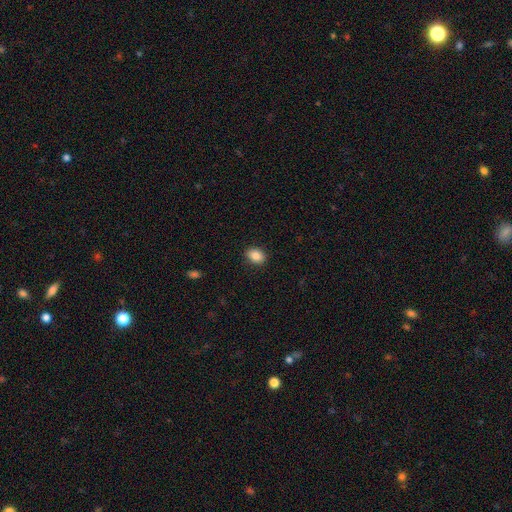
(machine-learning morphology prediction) Smooth or featured? smooth (85%)
How rounded? in between (67%)
Merging? none (89%)